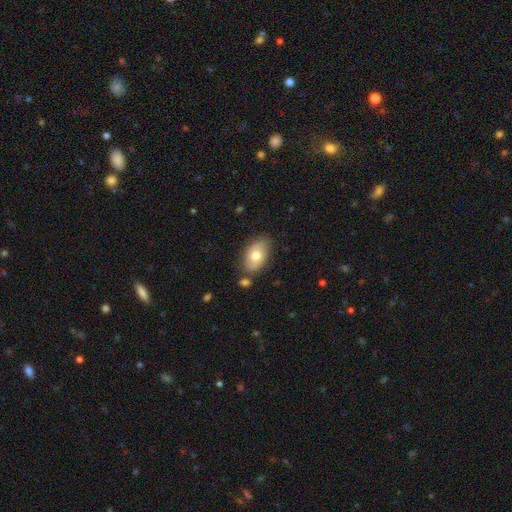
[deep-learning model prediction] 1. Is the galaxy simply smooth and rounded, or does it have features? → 68% smooth, 25% featured or disk, 7% star or artifact.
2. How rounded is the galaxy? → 91% in between, 7% round, 2% cigar-shaped.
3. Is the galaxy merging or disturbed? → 75% none, 16% minor disturbance, 6% merger, 4% major disturbance.